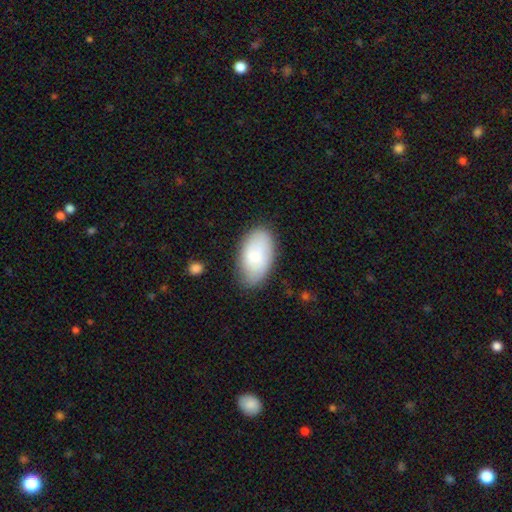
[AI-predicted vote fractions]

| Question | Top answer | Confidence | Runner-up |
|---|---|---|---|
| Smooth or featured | smooth | 80% | featured or disk (14%) |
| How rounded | in between | 95% | round (4%) |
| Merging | none | 78% | minor disturbance (17%) |